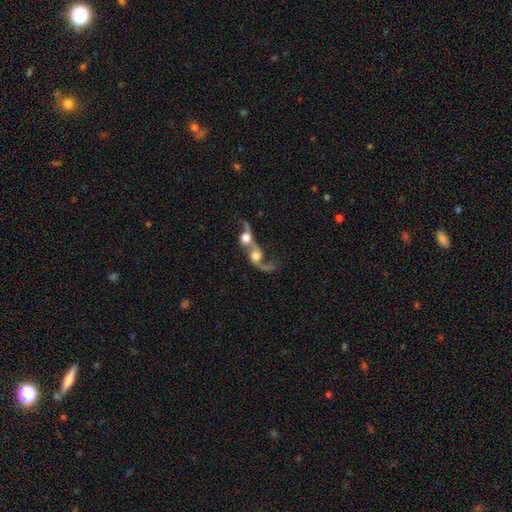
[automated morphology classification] type=featured or disk (56%); edge-on=no (94%); bar=no (75%); spiral arms=yes (71%); bulge=large (37%); merging=merger (81%).